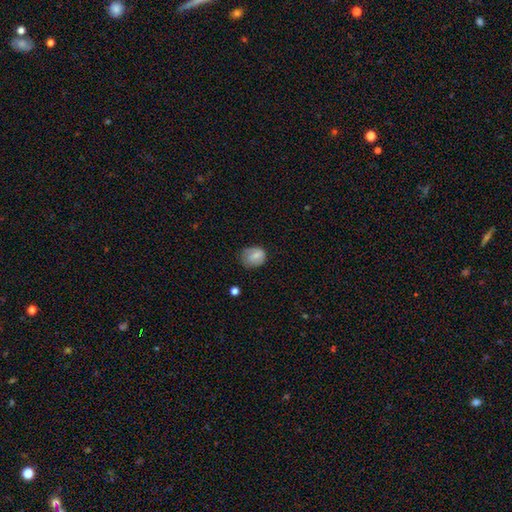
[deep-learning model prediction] Q: Smooth or featured?
A: smooth (70%); runner-up: featured or disk (22%)
Q: How rounded?
A: round (56%); runner-up: in between (43%)
Q: Merging?
A: none (59%); runner-up: minor disturbance (29%)